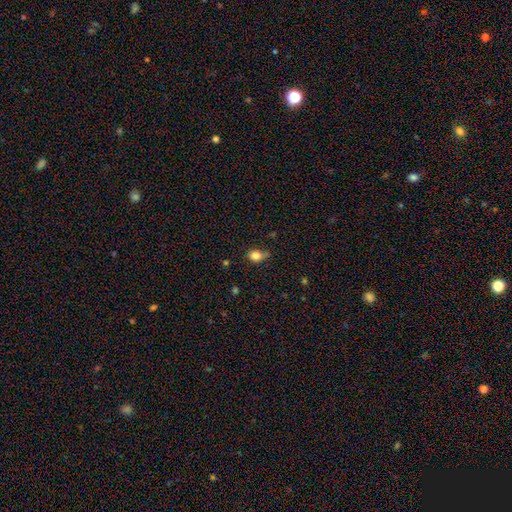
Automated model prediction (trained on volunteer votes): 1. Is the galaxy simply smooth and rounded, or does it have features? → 81% smooth, 11% star or artifact, 8% featured or disk.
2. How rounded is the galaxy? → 56% in between, 42% round, 2% cigar-shaped.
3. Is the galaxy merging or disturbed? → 57% none, 33% minor disturbance, 8% major disturbance, 3% merger.